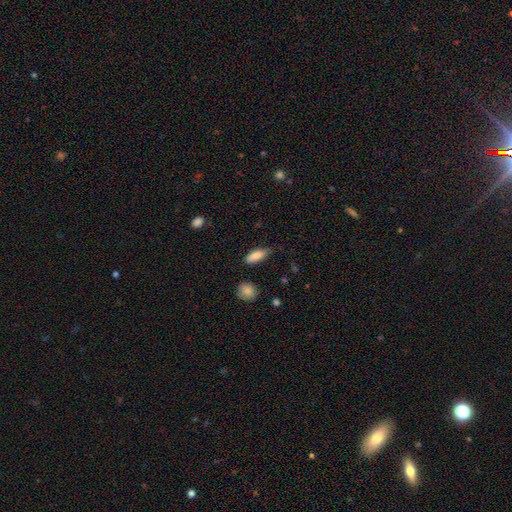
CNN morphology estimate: smooth 84%, featured or disk 8%, star or artifact 7%. Down the decision tree: how rounded — in between (77%); merging — none (68%).